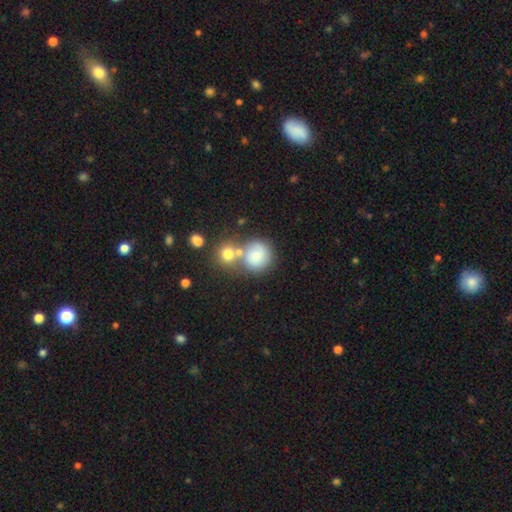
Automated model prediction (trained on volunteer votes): Smooth or featured?
  - smooth: 75% *
  - featured or disk: 15%
  - star or artifact: 10%
How rounded?
  - round: 85% *
  - in between: 14%
  - cigar-shaped: 1%
Merging?
  - none: 48% *
  - merger: 31%
  - minor disturbance: 14%
  - major disturbance: 7%